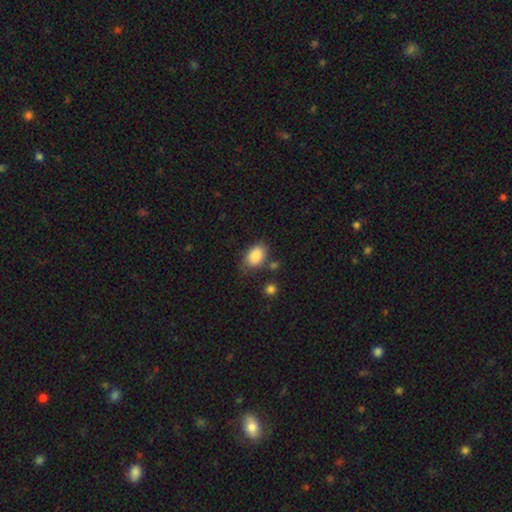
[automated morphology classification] A smooth galaxy with no disk features (87%) that is in between round and cigar-shaped (83%).

Vote fractions:
- Smooth or featured? smooth: 87% / star or artifact: 7% / featured or disk: 6%
- How rounded? in between: 83% / round: 16% / cigar-shaped: 1%
- Merging? none: 66% / minor disturbance: 22% / major disturbance: 6% / merger: 6%